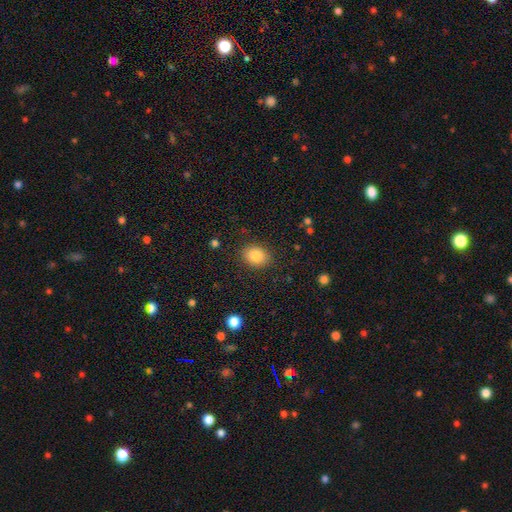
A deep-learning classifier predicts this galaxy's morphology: A smooth galaxy with no disk features (84%) that is round (50%, tied with in between).

Vote fractions:
- Smooth or featured? smooth: 84% / star or artifact: 9% / featured or disk: 7%
- How rounded? round: 50% (tied) / in between: 50% (tied) / cigar-shaped: 1%
- Merging? none: 88% / minor disturbance: 9% / major disturbance: 3% / merger: 1%